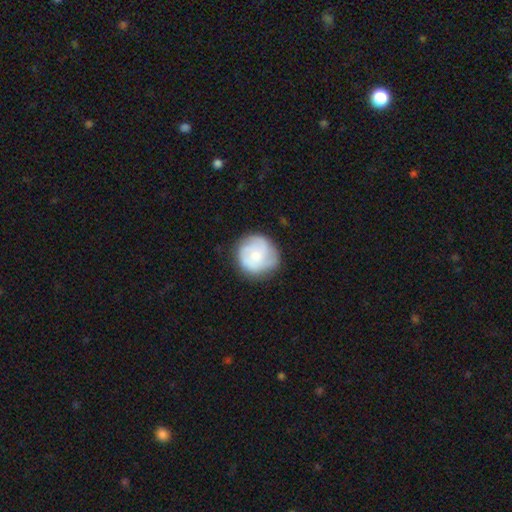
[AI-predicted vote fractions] Morphology: type=smooth (48%); merging=none (73%).